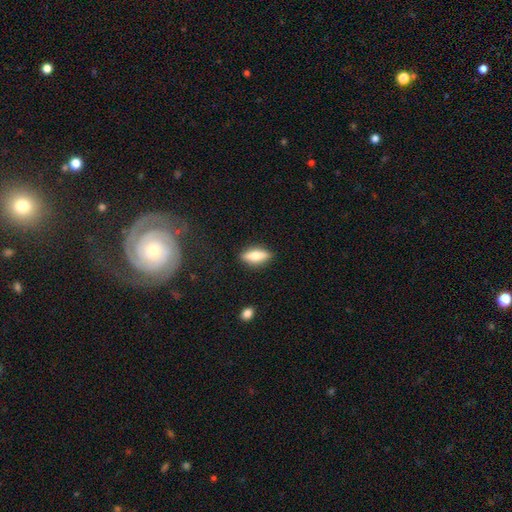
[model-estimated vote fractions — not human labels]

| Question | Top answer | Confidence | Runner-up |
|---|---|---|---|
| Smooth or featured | smooth | 61% | featured or disk (32%) |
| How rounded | in between | 57% | cigar-shaped (40%) |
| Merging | none | 87% | minor disturbance (10%) |